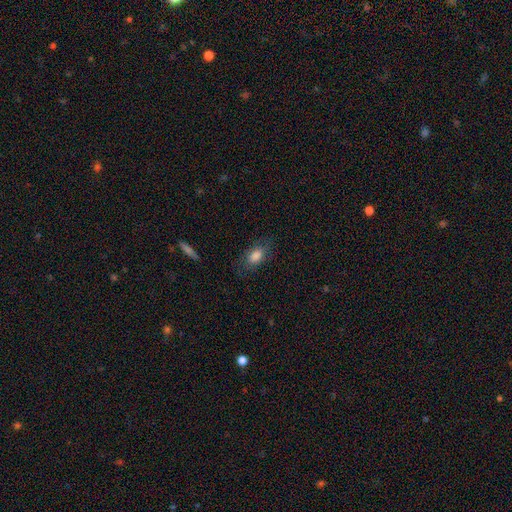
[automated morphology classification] smooth-or-featured: smooth: 81% | featured or disk: 10% | star or artifact: 8%
  how-rounded: in between: 85% | round: 8% | cigar-shaped: 7%
  merging: none: 77% | minor disturbance: 16% | major disturbance: 6% | merger: 1%